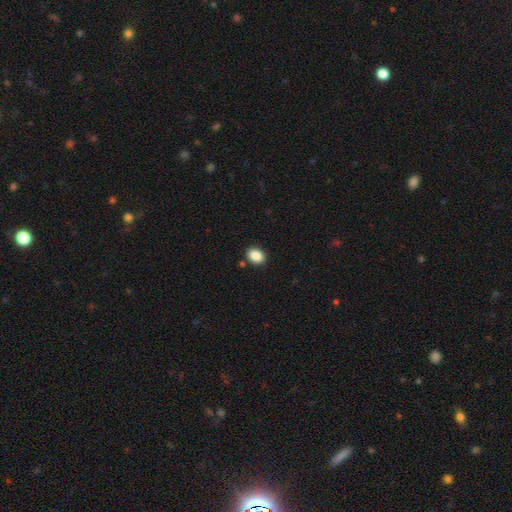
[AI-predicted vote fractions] Overall: smooth (88%). How rounded: in between (64%; round 35%). Merging: none (88%).